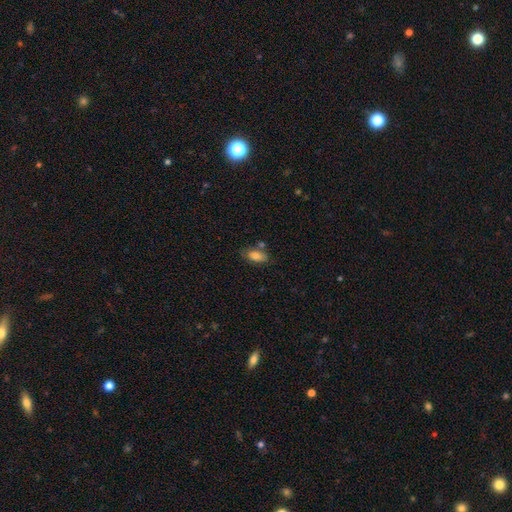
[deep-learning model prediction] A smooth galaxy with no disk features (81%) that is in between round and cigar-shaped (90%).

Vote fractions:
- Smooth or featured? smooth: 81% / featured or disk: 11% / star or artifact: 8%
- How rounded? in between: 90% / cigar-shaped: 5% / round: 5%
- Merging? none: 65% / minor disturbance: 18% / merger: 12% / major disturbance: 5%